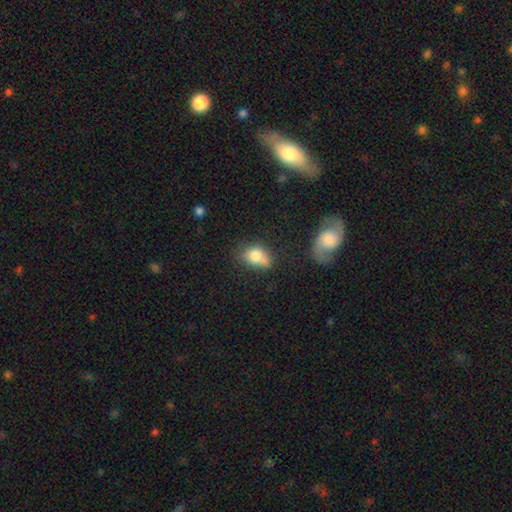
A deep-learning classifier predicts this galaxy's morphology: type=smooth (77%); roundness=in between (63%); merging=none (39%).